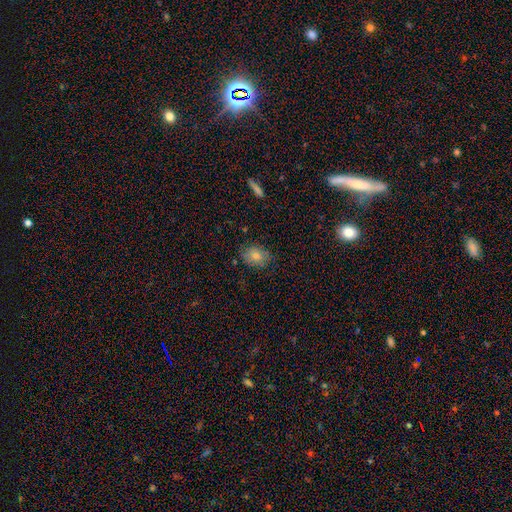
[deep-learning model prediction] A smooth galaxy with no disk features (79%) that is in between round and cigar-shaped (61%).

Vote fractions:
- Smooth or featured? smooth: 79% / featured or disk: 12% / star or artifact: 10%
- How rounded? in between: 61% / round: 38% / cigar-shaped: 1%
- Merging? none: 77% / minor disturbance: 17% / major disturbance: 4% / merger: 2%